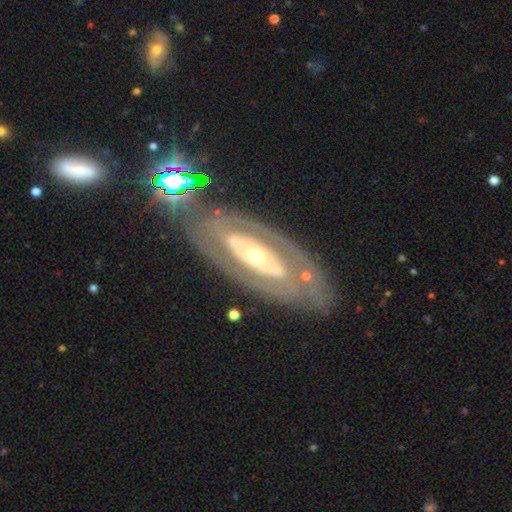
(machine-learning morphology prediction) A featured or disk galaxy (78%) with no bar (70%), no spiral arms (62%) and a moderate central bulge (63%).

Vote fractions:
- Smooth or featured? featured or disk: 78% / smooth: 17% / star or artifact: 5%
- Edge-on disk? no: 89% / yes: 11%
- Bar? no: 70% / weak: 16% / strong: 14%
- Spiral arms? no: 62% / yes: 38%
- Bulge size? moderate: 63% / small: 27% / large: 8% / dominant: 2% / none: 1%
- Merging? none: 74% / minor disturbance: 14% / major disturbance: 8% / merger: 4%